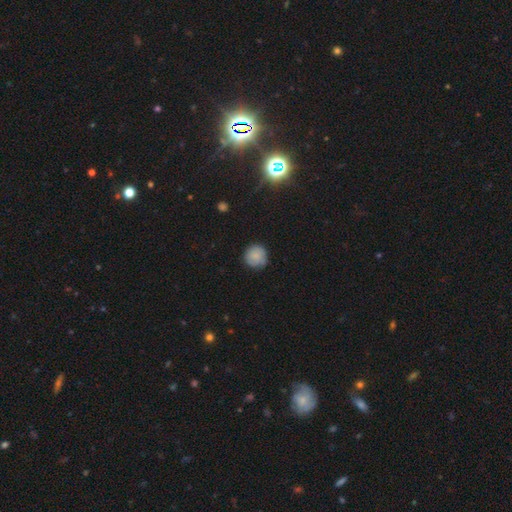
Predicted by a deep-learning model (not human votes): smooth_or_featured: smooth (p=0.78) [alt: featured or disk p=0.13]
how_rounded: round (p=0.92) [alt: in between p=0.07]
merging: none (p=0.80) [alt: minor disturbance p=0.15]